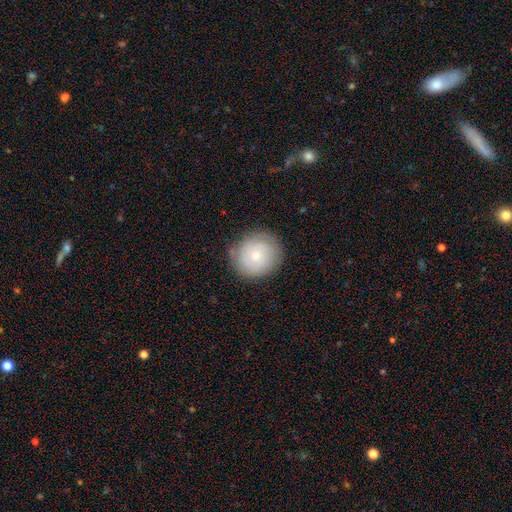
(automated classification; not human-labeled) This appears to be a smooth galaxy with no disk features (64%) that is round (88%). Merging: none (81%).